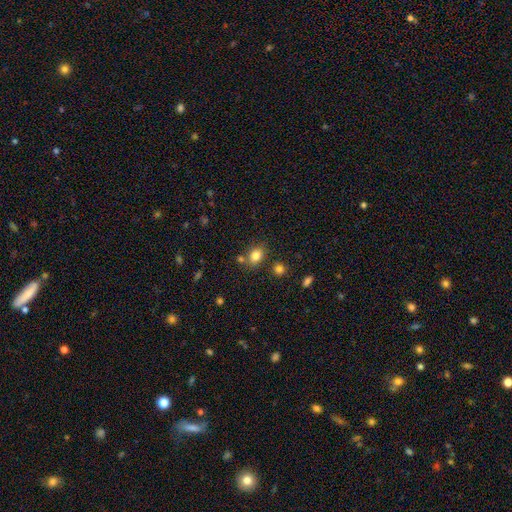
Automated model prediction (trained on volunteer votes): Smooth or featured? Predicted: smooth (p=0.82). How rounded? Predicted: in between (p=0.56). Merging? Predicted: none (p=0.70).